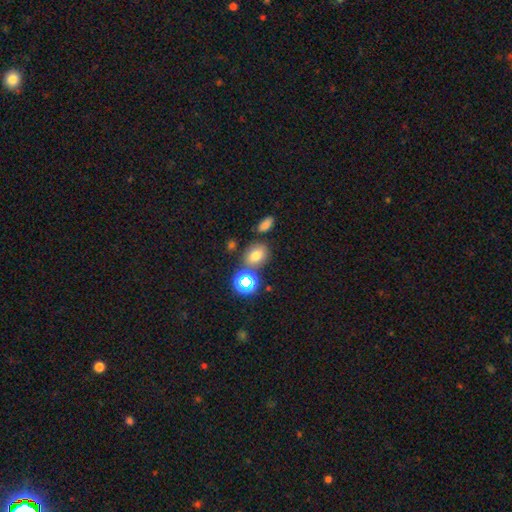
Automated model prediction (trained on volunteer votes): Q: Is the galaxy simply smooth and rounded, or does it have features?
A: smooth — 69%.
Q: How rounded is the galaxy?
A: in between — 63%.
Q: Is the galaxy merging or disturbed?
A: none — 73%.